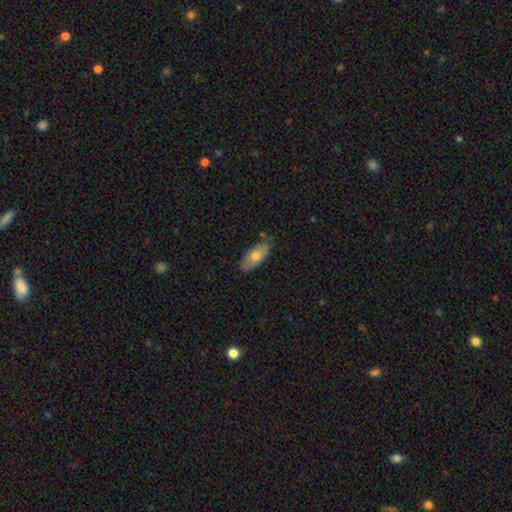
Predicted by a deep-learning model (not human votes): Smooth or featured? smooth (70%)
How rounded? in between (82%)
Merging? none (76%)